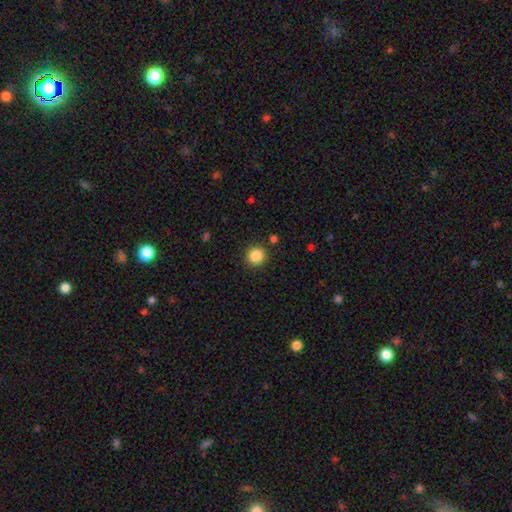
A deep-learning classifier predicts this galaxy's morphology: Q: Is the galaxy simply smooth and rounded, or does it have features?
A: smooth — 86%.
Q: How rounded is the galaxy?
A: round — 92%.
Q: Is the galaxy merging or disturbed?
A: none — 88%.